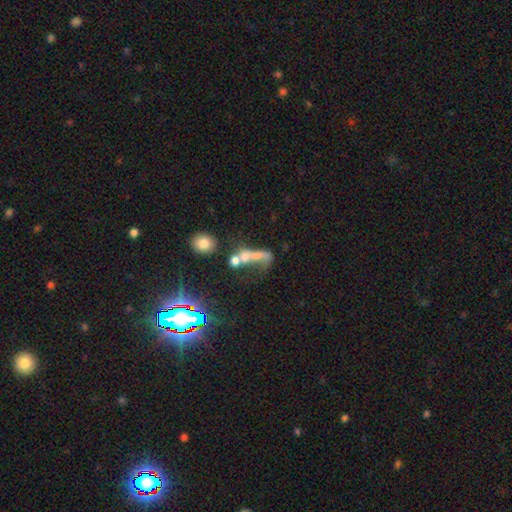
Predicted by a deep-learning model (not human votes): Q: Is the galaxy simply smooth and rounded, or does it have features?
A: featured or disk — 37%.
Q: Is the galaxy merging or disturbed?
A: merger — 41%.